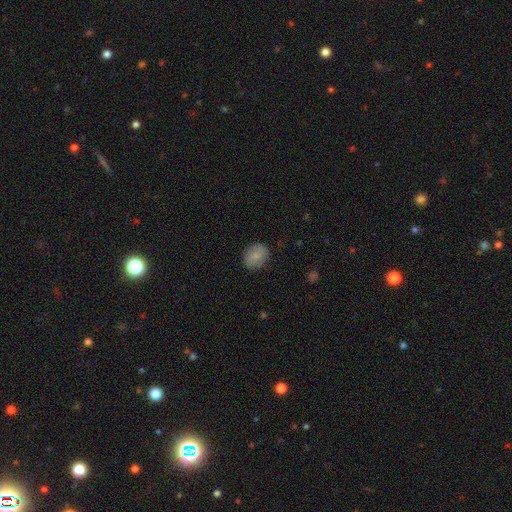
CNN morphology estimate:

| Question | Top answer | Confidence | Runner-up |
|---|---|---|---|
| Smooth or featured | smooth | 74% | featured or disk (19%) |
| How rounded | round | 61% | in between (38%) |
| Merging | none | 84% | minor disturbance (12%) |